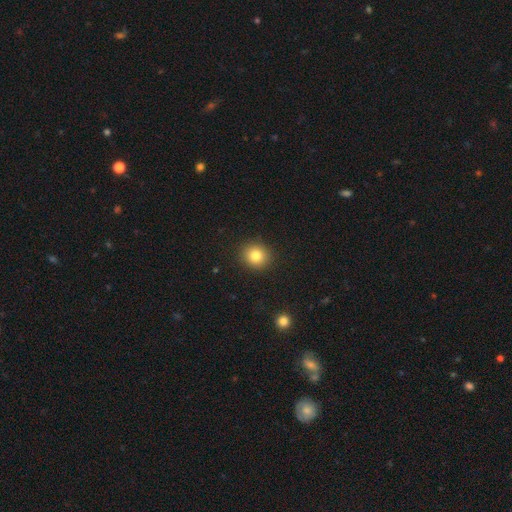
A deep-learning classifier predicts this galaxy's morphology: Smooth or featured? smooth (81%)
How rounded? round (84%)
Merging? none (91%)